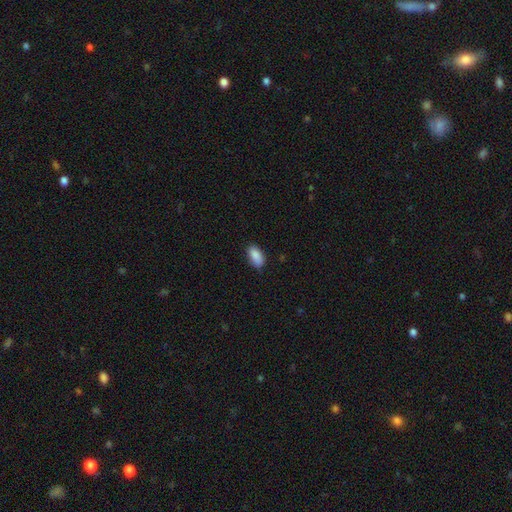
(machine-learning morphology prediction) smooth_or_featured: smooth (p=0.89) [alt: star or artifact p=0.07]
how_rounded: in between (p=0.92) [alt: cigar-shaped p=0.04]
merging: none (p=0.81) [alt: minor disturbance p=0.15]